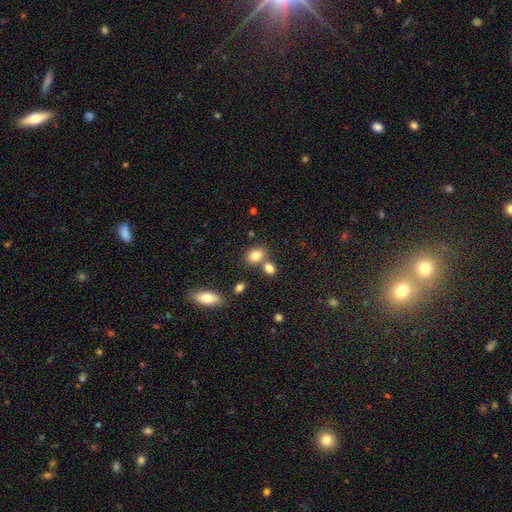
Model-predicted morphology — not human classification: A smooth galaxy with no disk features (81%) that is in between round and cigar-shaped (66%).

Vote fractions:
- Smooth or featured? smooth: 81% / star or artifact: 10% / featured or disk: 9%
- How rounded? in between: 66% / round: 32% / cigar-shaped: 1%
- Merging? none: 60% / merger: 25% / minor disturbance: 11% / major disturbance: 4%